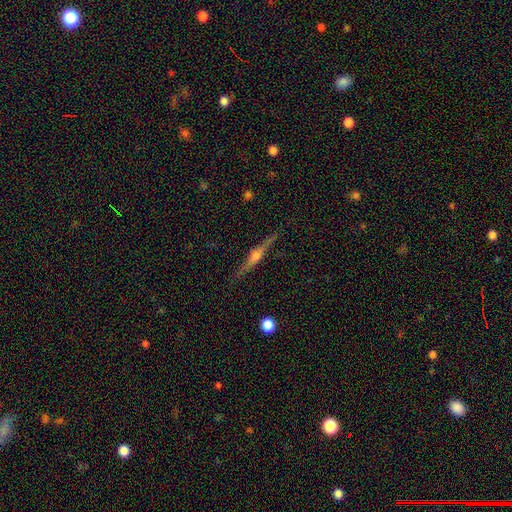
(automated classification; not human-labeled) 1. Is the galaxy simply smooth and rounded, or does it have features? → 82% featured or disk, 11% smooth, 7% star or artifact.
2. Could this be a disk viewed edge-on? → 98% yes, 2% no.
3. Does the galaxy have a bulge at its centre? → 90% rounded, 6% boxy, 4% none.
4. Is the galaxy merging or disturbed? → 90% none, 8% minor disturbance, 2% major disturbance, 1% merger.